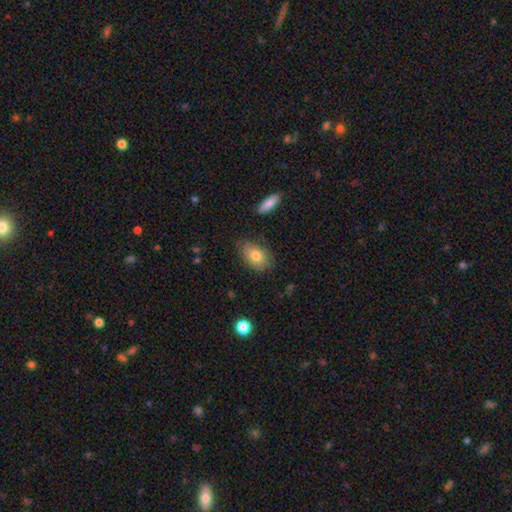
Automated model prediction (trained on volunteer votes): Overall: smooth (78%). How rounded: in between (86%). Merging: none (75%).